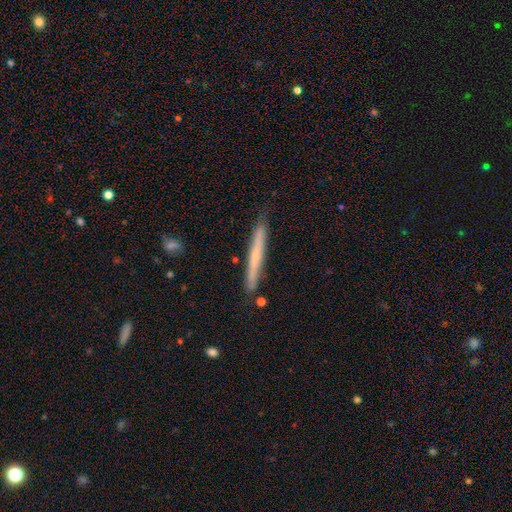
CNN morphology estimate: smooth-or-featured: smooth: 53% | featured or disk: 41% | star or artifact: 6%
  how-rounded: cigar-shaped: 97% | in between: 2% | round: 1%
  merging: none: 85% | minor disturbance: 12% | merger: 2% | major disturbance: 2%